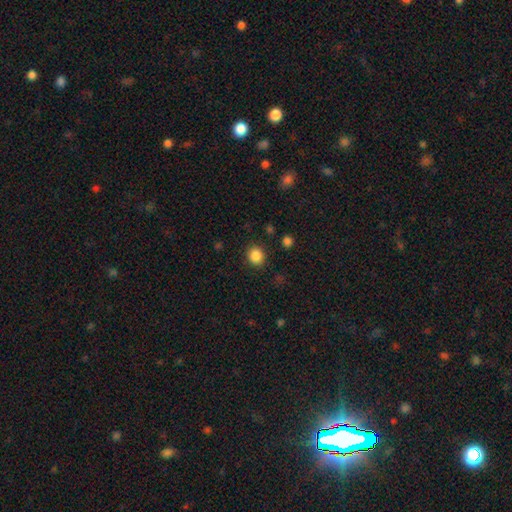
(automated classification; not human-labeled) smooth-or-featured: smooth: 86% | star or artifact: 10% | featured or disk: 3%
  how-rounded: round: 86% | in between: 14% | cigar-shaped: 1%
  merging: none: 90% | minor disturbance: 6% | major disturbance: 2% | merger: 2%